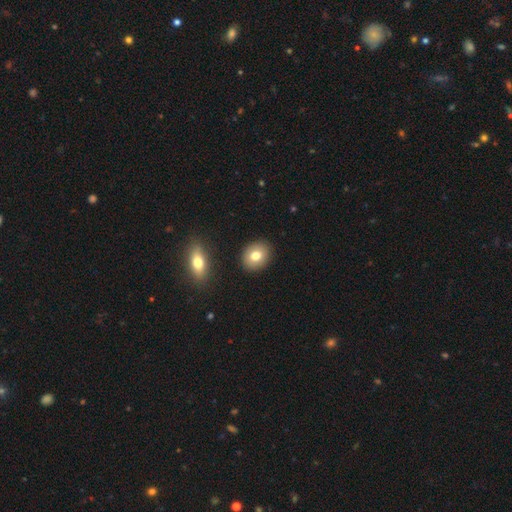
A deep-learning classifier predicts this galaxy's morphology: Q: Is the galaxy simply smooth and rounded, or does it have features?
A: smooth — 77%.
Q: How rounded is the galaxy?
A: round — 56%.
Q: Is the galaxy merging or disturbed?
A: none — 89%.